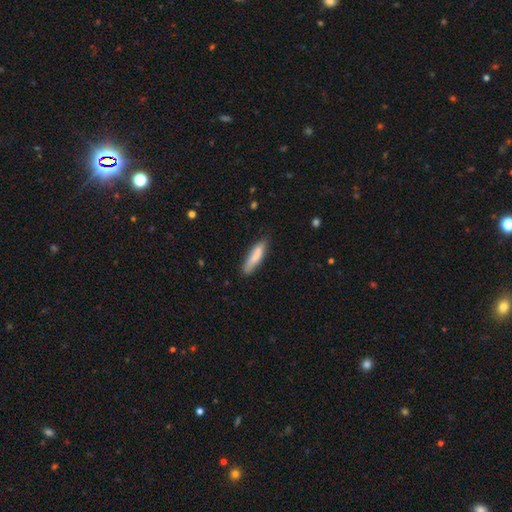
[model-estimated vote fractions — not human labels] Overall: smooth (81%). How rounded: cigar-shaped (73%). Merging: none (77%).